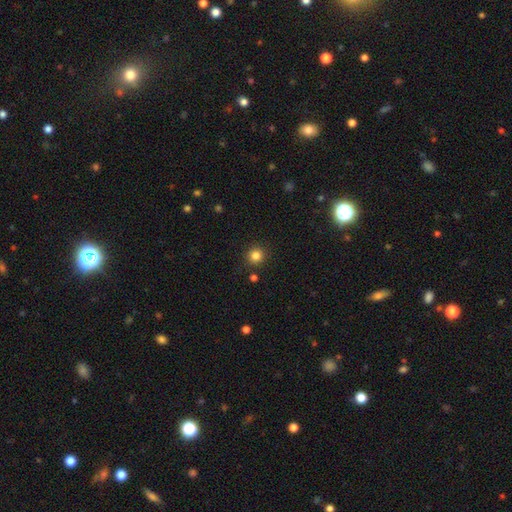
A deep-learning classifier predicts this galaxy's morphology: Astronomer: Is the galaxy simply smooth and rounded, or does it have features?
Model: smooth — 83%.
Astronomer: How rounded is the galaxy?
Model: round — 93%.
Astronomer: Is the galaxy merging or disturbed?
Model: none — 89%.